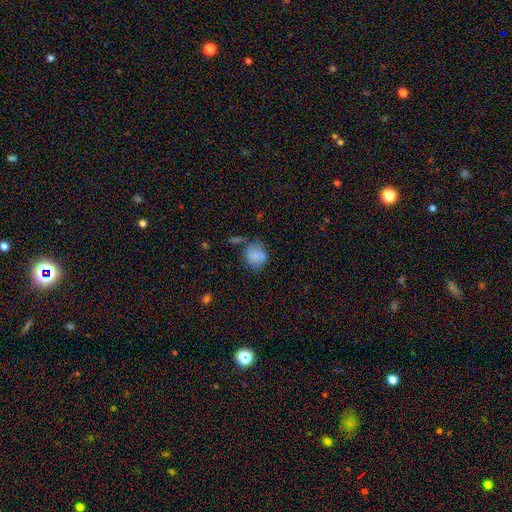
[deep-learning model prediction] The model was most divided on "merging": none: 57%, minor disturbance: 24%, merger: 10%, major disturbance: 9%. More confident: smooth or featured — smooth (78%); how rounded — round (72%).